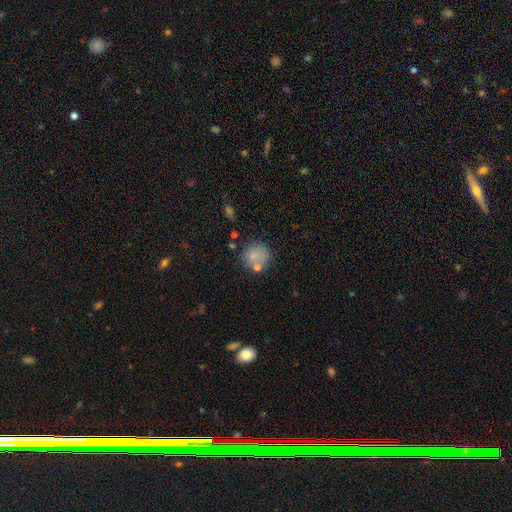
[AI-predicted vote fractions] Smooth or featured? Predicted: smooth (p=0.77). How rounded? Predicted: round (p=0.89). Merging? Predicted: none (p=0.69).